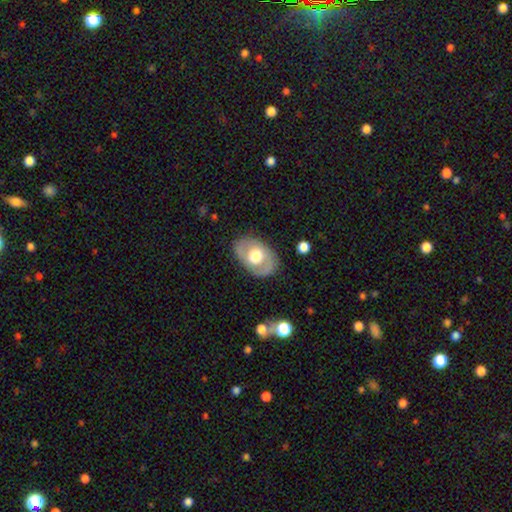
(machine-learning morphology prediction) The model was most divided on "smooth or featured" (2-way tie): featured or disk: 47%, smooth: 47%, star or artifact: 6%. More confident: merging — none (80%).